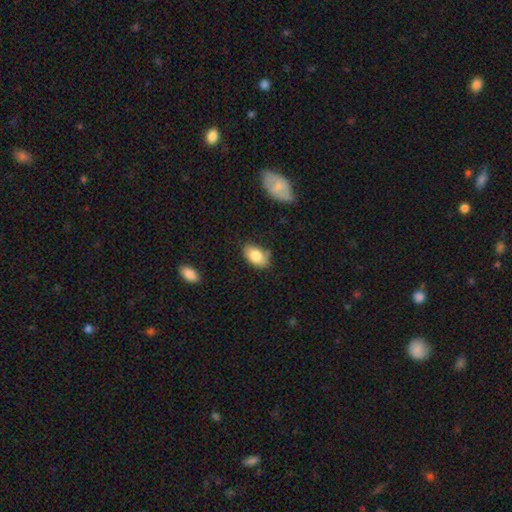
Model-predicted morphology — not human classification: smooth_or_featured: smooth (p=0.83) [alt: featured or disk p=0.10]
how_rounded: in between (p=0.92) [alt: round p=0.06]
merging: none (p=0.74) [alt: minor disturbance p=0.20]